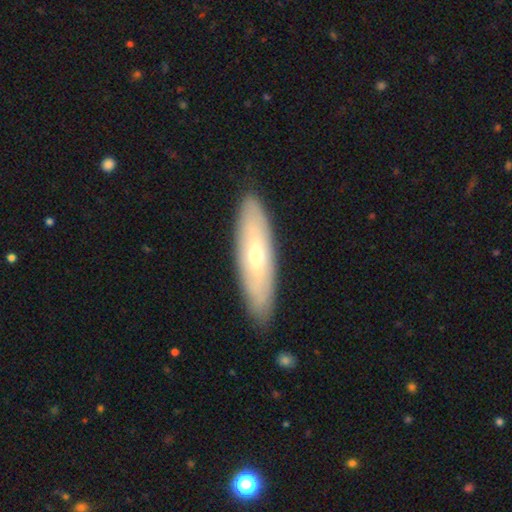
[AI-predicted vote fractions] Q: Smooth or featured?
A: featured or disk (55%); runner-up: smooth (39%)
Q: Edge-on disk?
A: no (61%); runner-up: yes (39%)
Q: Merging?
A: none (87%); runner-up: minor disturbance (10%)